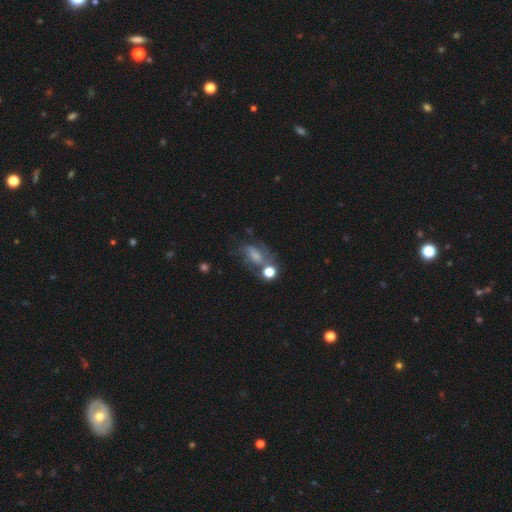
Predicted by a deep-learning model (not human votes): Overall: smooth (43%; featured or disk 42%). Merging: none (40%; minor disturbance 22%).